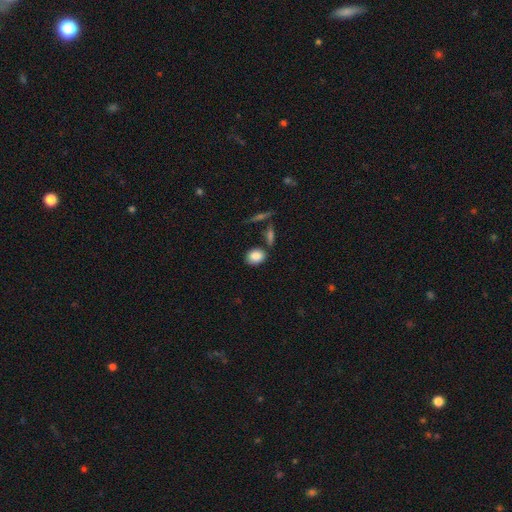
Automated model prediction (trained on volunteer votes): A smooth galaxy with no disk features (86%) that is in between round and cigar-shaped (53%). Merging: none (80%).